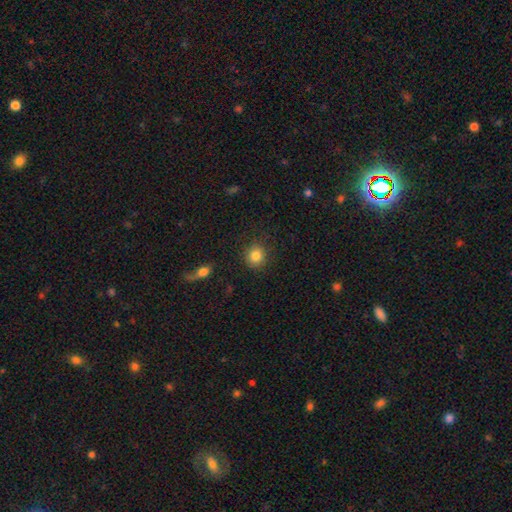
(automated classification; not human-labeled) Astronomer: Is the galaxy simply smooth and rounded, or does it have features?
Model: smooth — 85%.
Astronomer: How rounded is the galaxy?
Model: round — 85%.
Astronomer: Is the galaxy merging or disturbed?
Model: none — 87%.